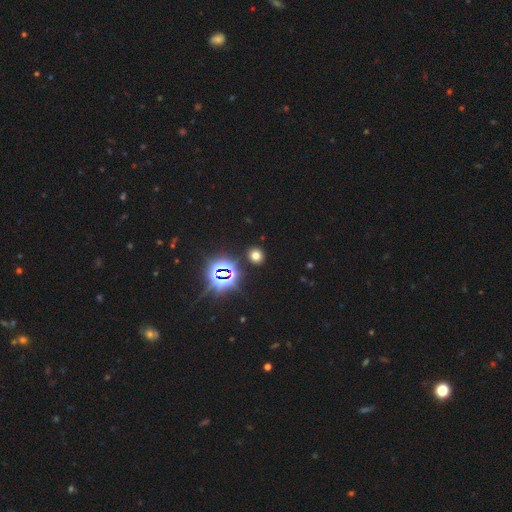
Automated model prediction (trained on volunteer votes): Morphology: type=smooth (63%); roundness=round (76%); merging=none (89%).